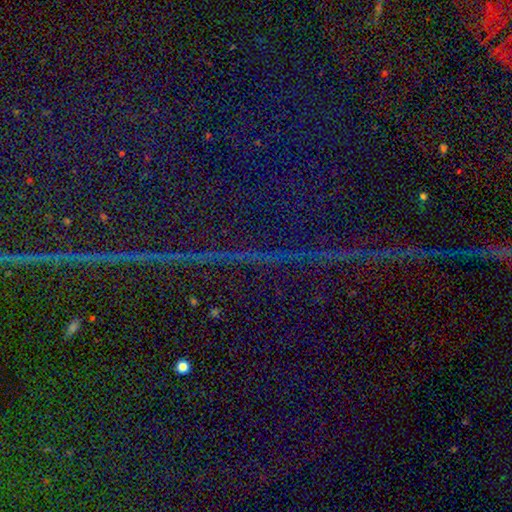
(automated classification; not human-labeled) The model was most divided on "smooth or featured": star or artifact: 88%, featured or disk: 7%, smooth: 5%.